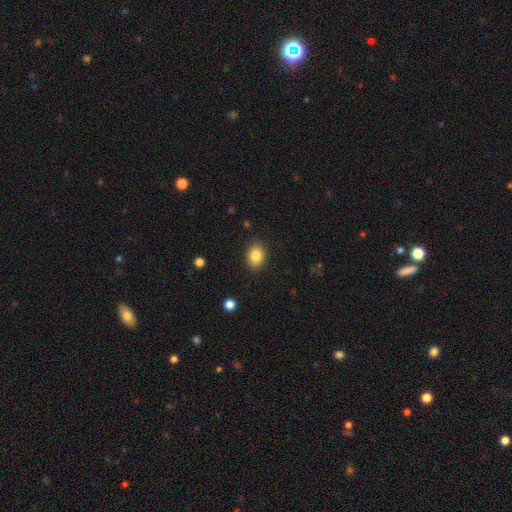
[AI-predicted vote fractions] A smooth galaxy with no disk features (86%) that is in between round and cigar-shaped (70%). Merging: none (85%).